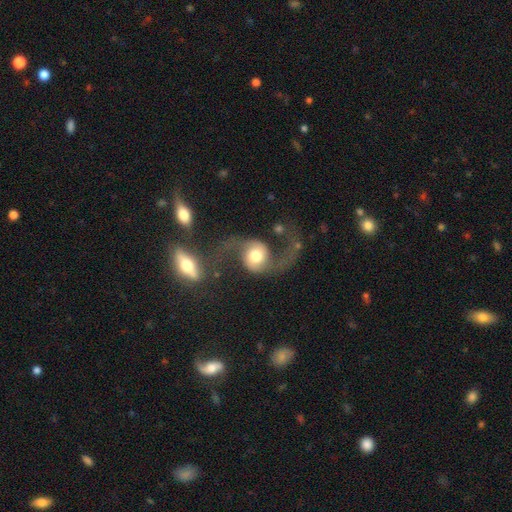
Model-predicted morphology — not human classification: Smooth or featured: featured or disk — 80% (smooth — 14%)
Edge-on disk: no — 97% (yes — 3%)
Bar: no — 64% (weak — 27%)
Spiral arms: yes — 95% (no — 5%)
Spiral winding: loose — 79% (medium — 17%)
Spiral arm count: 2 — 91% (1 — 4%)
Bulge size: moderate — 51% (large — 32%)
Merging: none — 52% (major disturbance — 20%)